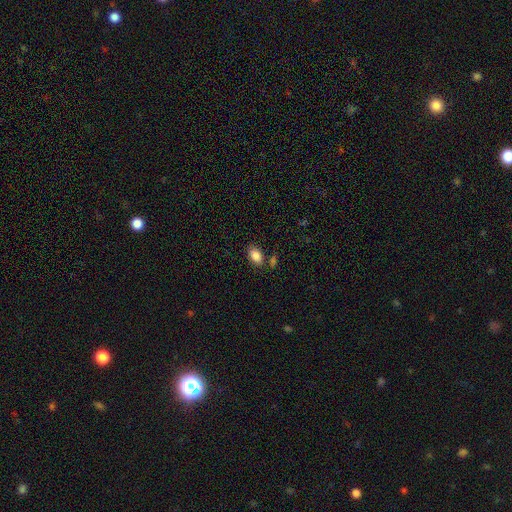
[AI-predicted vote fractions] Smooth or featured?
  - smooth: 86% *
  - star or artifact: 8%
  - featured or disk: 7%
How rounded?
  - in between: 88% *
  - round: 10%
  - cigar-shaped: 1%
Merging?
  - none: 76% *
  - minor disturbance: 12%
  - merger: 8%
  - major disturbance: 3%